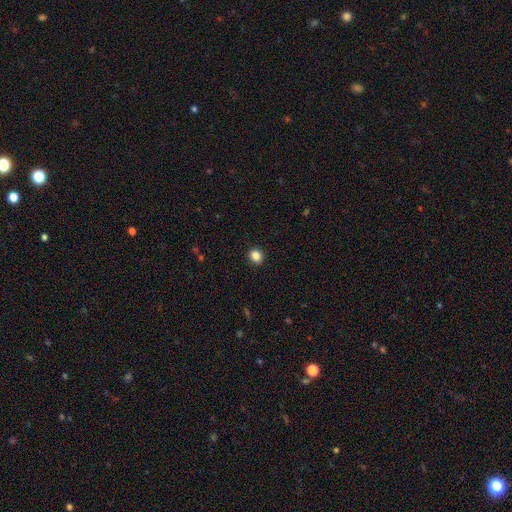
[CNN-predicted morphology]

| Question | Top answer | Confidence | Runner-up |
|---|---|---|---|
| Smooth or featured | smooth | 86% | star or artifact (10%) |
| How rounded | round | 71% | in between (28%) |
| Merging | none | 91% | minor disturbance (6%) |